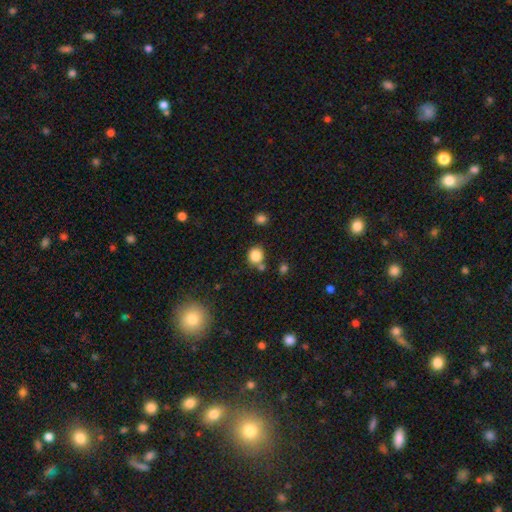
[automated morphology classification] A smooth galaxy with no disk features (84%) that is round (80%).

Vote fractions:
- Smooth or featured? smooth: 84% / star or artifact: 11% / featured or disk: 5%
- How rounded? round: 80% / in between: 19% / cigar-shaped: 1%
- Merging? none: 68% / merger: 14% / minor disturbance: 13% / major disturbance: 4%